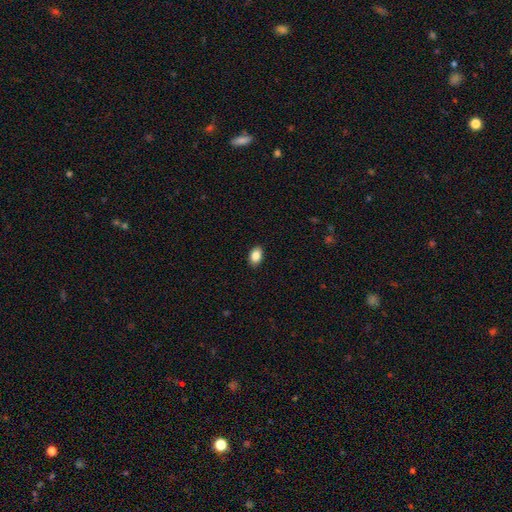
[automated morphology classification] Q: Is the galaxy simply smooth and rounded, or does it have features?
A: smooth — 87%.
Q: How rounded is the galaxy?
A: in between — 88%.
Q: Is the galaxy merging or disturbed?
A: none — 90%.